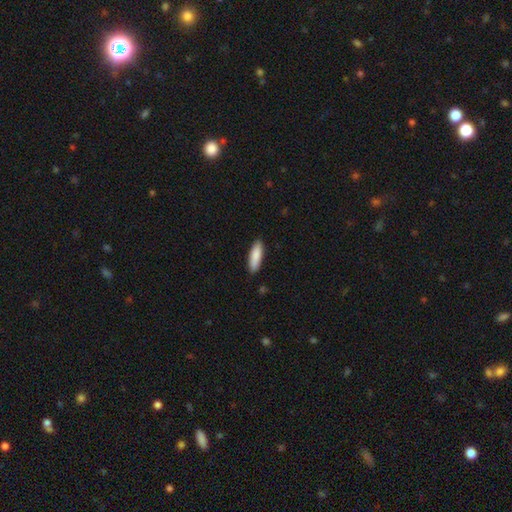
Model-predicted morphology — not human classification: A smooth galaxy with no disk features (87%) that is in between round and cigar-shaped (52%).

Vote fractions:
- Smooth or featured? smooth: 87% / featured or disk: 8% / star or artifact: 5%
- How rounded? in between: 52% / cigar-shaped: 47% / round: 2%
- Merging? none: 88% / minor disturbance: 9% / major disturbance: 2% / merger: 1%